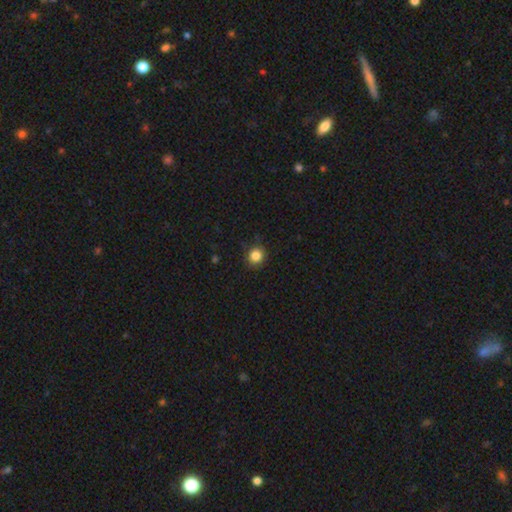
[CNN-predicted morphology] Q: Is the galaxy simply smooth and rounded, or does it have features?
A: smooth — 85%.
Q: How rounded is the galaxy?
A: round — 90%.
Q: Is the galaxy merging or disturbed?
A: none — 88%.